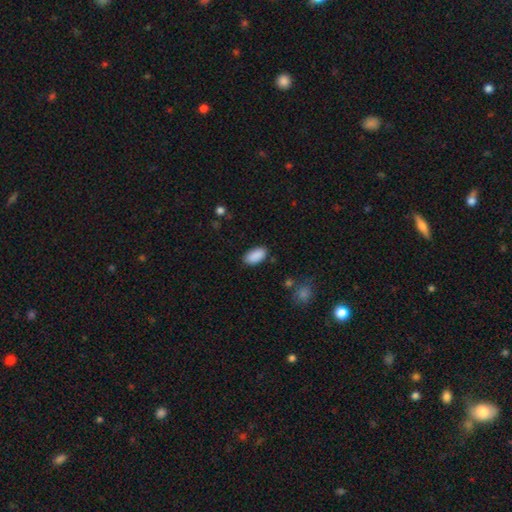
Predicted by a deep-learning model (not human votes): Smooth or featured? smooth (90%)
How rounded? in between (94%)
Merging? none (85%)